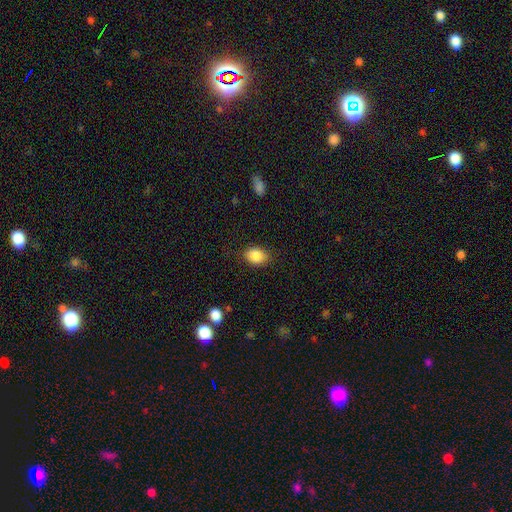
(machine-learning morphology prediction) Smooth or featured? smooth (86%)
How rounded? in between (71%)
Merging? none (82%)